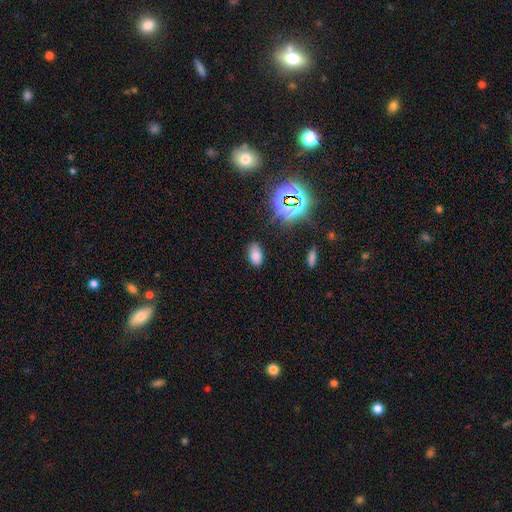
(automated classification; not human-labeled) Smooth or featured? Predicted: smooth (p=0.75). How rounded? Predicted: in between (p=0.92). Merging? Predicted: none (p=0.81).